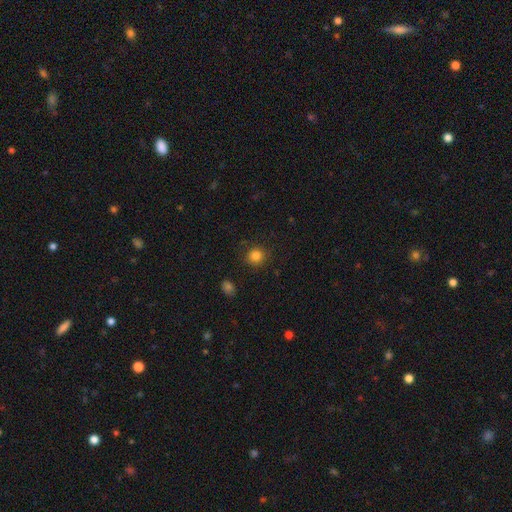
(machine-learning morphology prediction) The model was most divided on "smooth or featured": smooth: 83%, star or artifact: 12%, featured or disk: 5%. More confident: how rounded — round (90%); merging — none (87%).